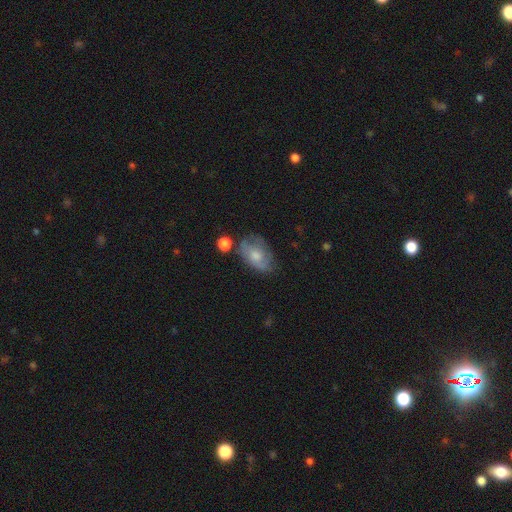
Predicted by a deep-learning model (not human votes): This is possibly a smooth galaxy (49%). Merging: possibly none (53%).